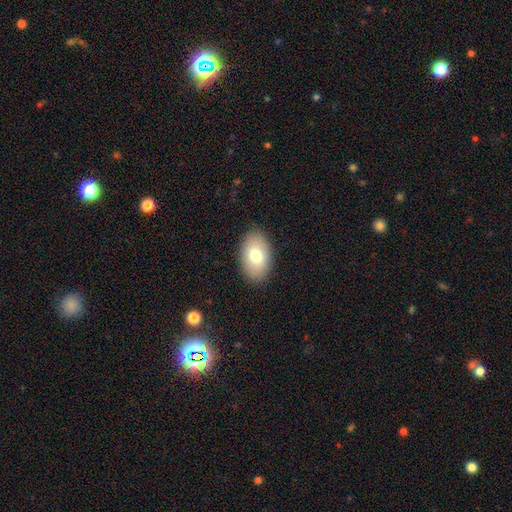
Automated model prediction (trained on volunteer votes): Overall: smooth (77%). How rounded: in between (91%). Merging: none (87%).